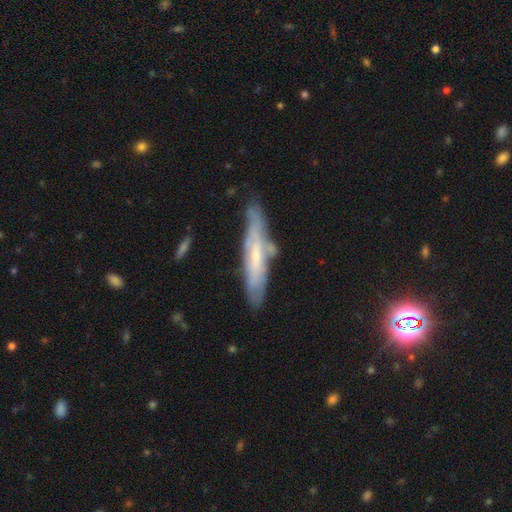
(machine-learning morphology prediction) Q: Smooth or featured?
A: featured or disk (56%); runner-up: smooth (38%)
Q: Edge-on disk?
A: yes (63%); runner-up: no (37%)
Q: Merging?
A: none (64%); runner-up: minor disturbance (22%)